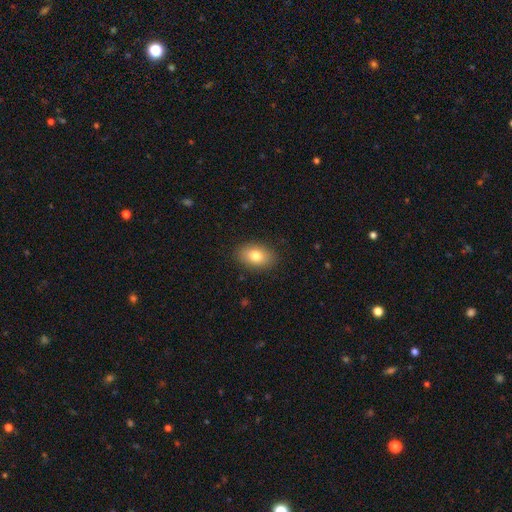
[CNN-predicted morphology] The model was most divided on "smooth or featured": smooth: 79%, featured or disk: 12%, star or artifact: 8%. More confident: merging — none (88%); how rounded — in between (87%).